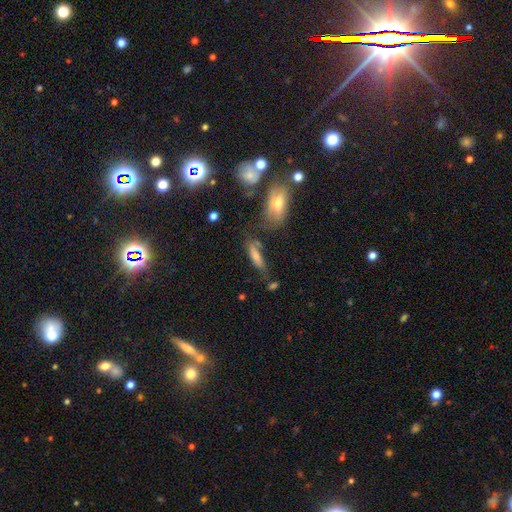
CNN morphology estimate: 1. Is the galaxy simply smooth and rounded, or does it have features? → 59% smooth, 28% featured or disk, 13% star or artifact.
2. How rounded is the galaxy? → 58% cigar-shaped, 39% in between, 3% round.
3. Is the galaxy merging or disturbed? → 54% none, 24% minor disturbance, 12% merger, 10% major disturbance.